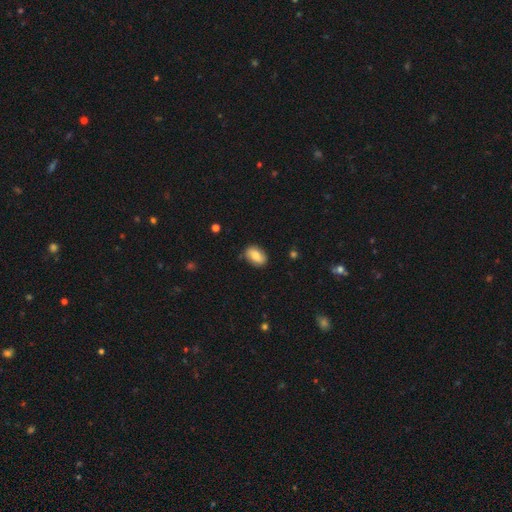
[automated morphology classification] Q: Smooth or featured?
A: smooth (77%); runner-up: featured or disk (16%)
Q: How rounded?
A: in between (89%); runner-up: round (9%)
Q: Merging?
A: none (79%); runner-up: minor disturbance (16%)